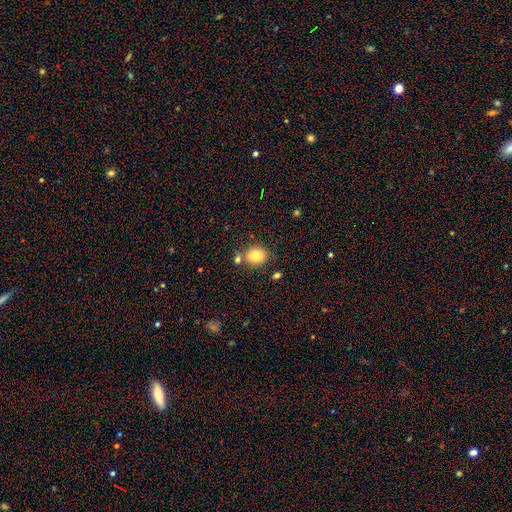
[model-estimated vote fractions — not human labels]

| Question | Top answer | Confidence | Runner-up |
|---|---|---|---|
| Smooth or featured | smooth | 81% | star or artifact (10%) |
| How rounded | round | 63% | in between (36%) |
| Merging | none | 72% | merger (12%) |